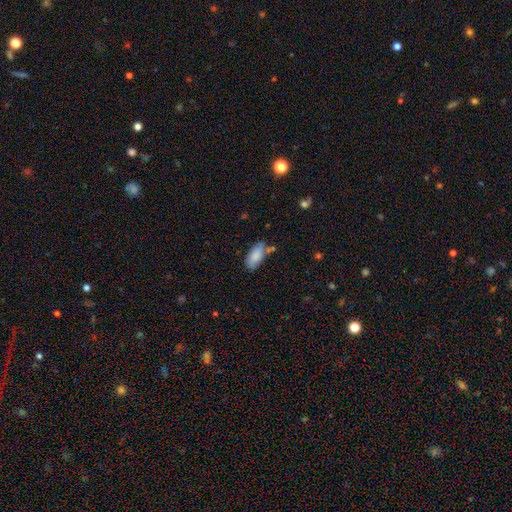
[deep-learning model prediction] Smooth or featured? smooth (86%)
How rounded? in between (90%)
Merging? none (66%)